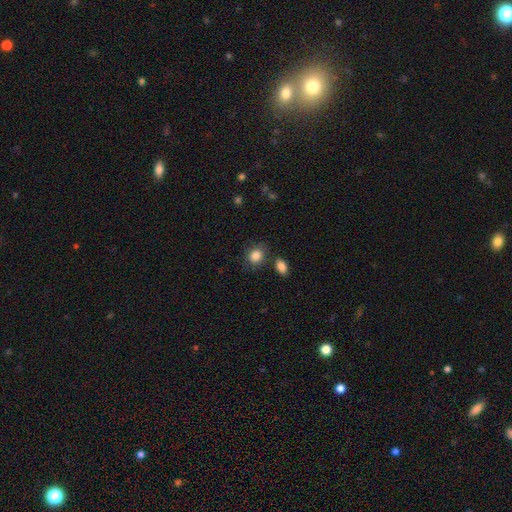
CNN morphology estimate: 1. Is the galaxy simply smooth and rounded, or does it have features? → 87% smooth, 8% star or artifact, 5% featured or disk.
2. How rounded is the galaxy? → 51% round, 48% in between, 1% cigar-shaped.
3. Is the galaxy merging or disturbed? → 74% none, 14% minor disturbance, 8% merger, 4% major disturbance.